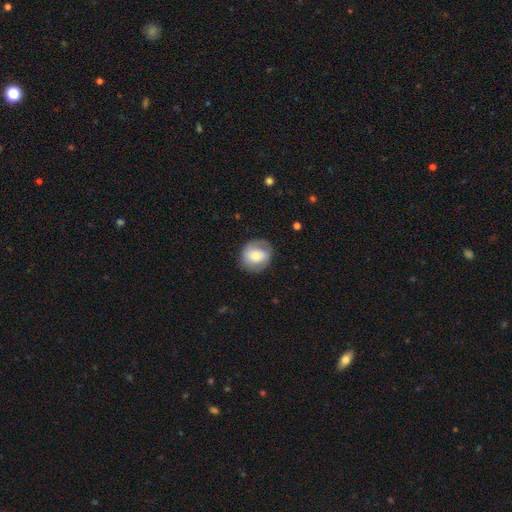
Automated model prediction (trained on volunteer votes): Smooth or featured? smooth (56%)
How rounded? round (73%)
Merging? none (78%)